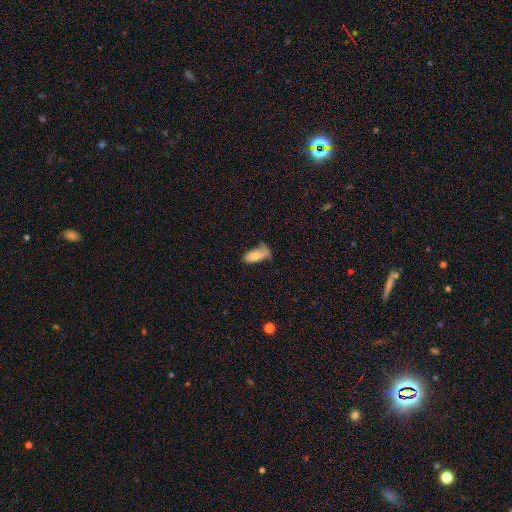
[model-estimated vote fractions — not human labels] A smooth galaxy with no disk features (72%) that is in between round and cigar-shaped (89%).

Vote fractions:
- Smooth or featured? smooth: 72% / featured or disk: 21% / star or artifact: 7%
- How rounded? in between: 89% / cigar-shaped: 9% / round: 3%
- Merging? minor disturbance: 35% / none: 34% / major disturbance: 25% / merger: 6%